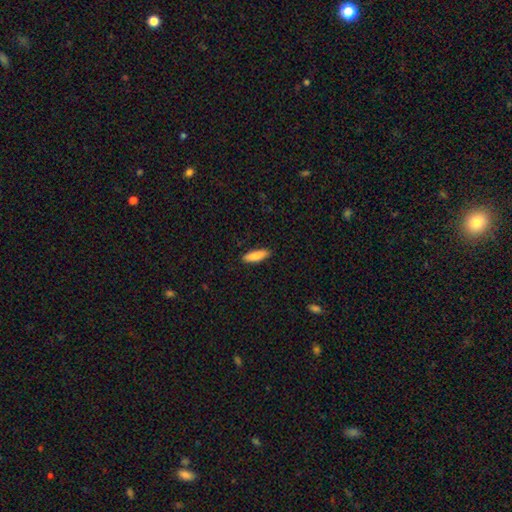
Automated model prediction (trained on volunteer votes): Overall: smooth (83%). How rounded: in between (50%; cigar-shaped 48%). Merging: none (89%).